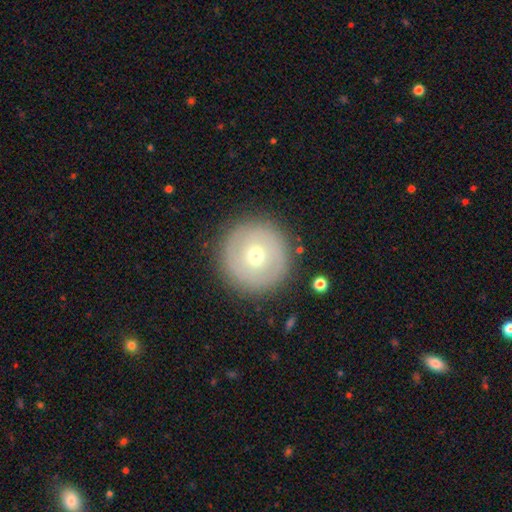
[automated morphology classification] Smooth or featured: smooth — 51% (featured or disk — 40%)
How rounded: round — 96% (in between — 3%)
Merging: none — 88% (minor disturbance — 7%)